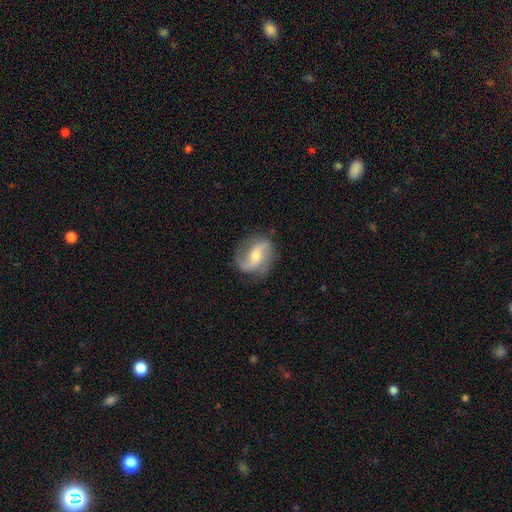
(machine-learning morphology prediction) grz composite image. It shows a featured or disk galaxy (79%) with a weak bar (40%), 2 (88%) loose (54%) spiral arms (94%) and a moderate central bulge (56%). Merging: none (77%).